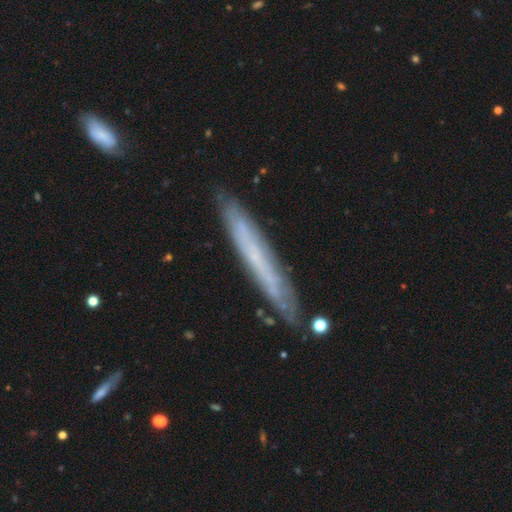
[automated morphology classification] Overall: featured or disk (54%; smooth 39%). Edge-on disk: yes (78%). Merging: none (82%).